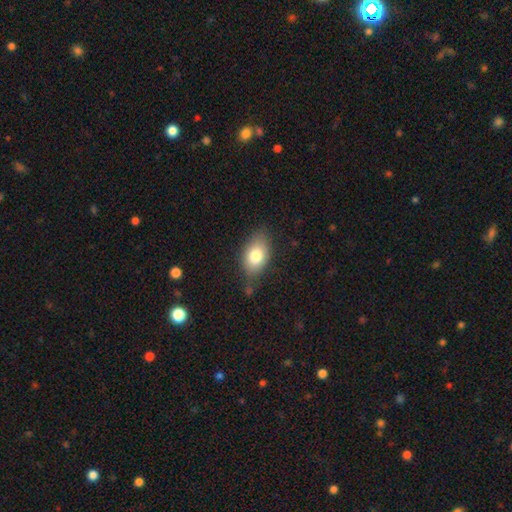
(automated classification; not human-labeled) A smooth galaxy with no disk features (78%) that is in between round and cigar-shaped (87%). Merging: none (71%).